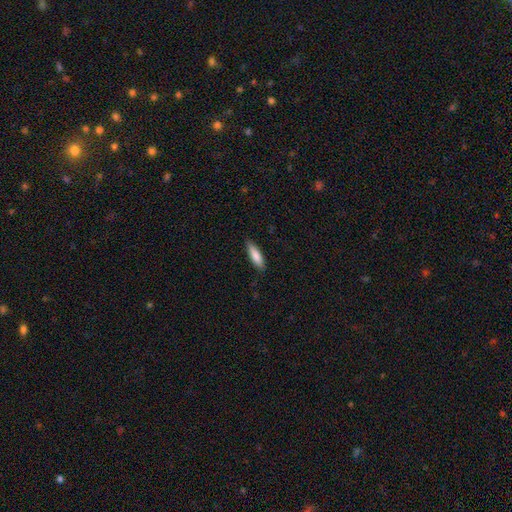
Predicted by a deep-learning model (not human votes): This appears to be a smooth galaxy with no disk features (84%) that is cigar-shaped (59%). Merging: none (84%).